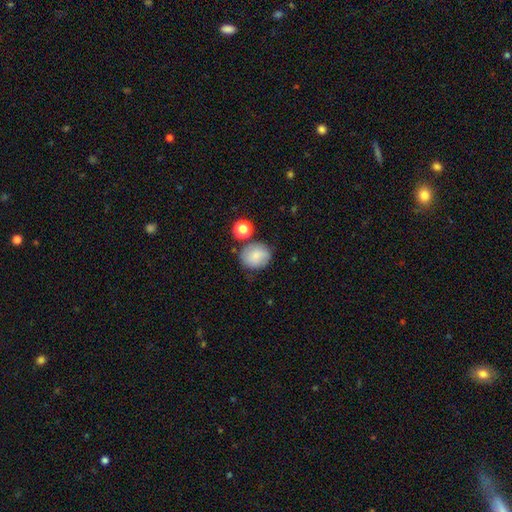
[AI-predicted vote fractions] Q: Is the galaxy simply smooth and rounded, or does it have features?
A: smooth — 76%.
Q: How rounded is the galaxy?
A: round — 67%.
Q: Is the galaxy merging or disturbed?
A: none — 70%.